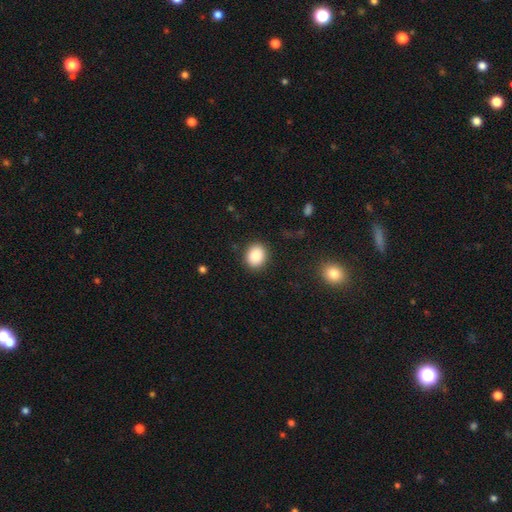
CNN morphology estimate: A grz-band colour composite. It shows a smooth galaxy with no disk features (88%) that is round (58%). Merging: none (89%).